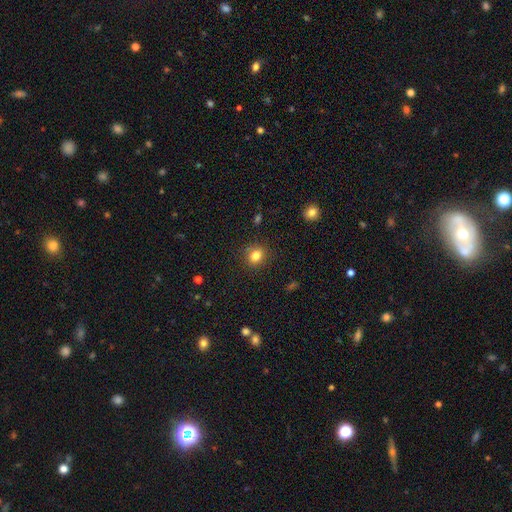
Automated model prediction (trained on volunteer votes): Smooth or featured?
  - smooth: 81% *
  - star or artifact: 12%
  - featured or disk: 6%
How rounded?
  - round: 74% *
  - in between: 25%
  - cigar-shaped: 1%
Merging?
  - none: 87% *
  - minor disturbance: 9%
  - major disturbance: 3%
  - merger: 2%